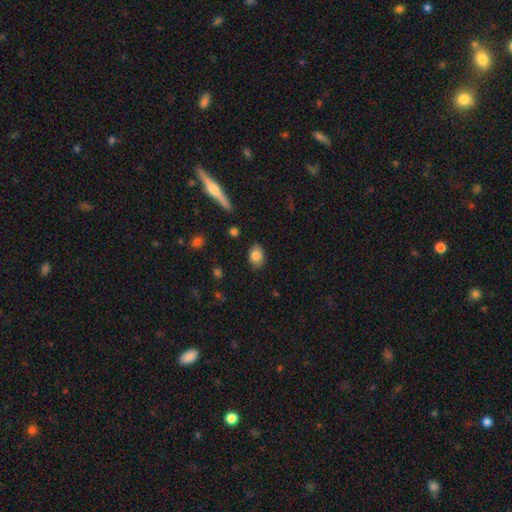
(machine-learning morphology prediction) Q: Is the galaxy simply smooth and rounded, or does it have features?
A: smooth — 84%.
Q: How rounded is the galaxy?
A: in between — 77%.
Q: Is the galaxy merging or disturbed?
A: none — 84%.